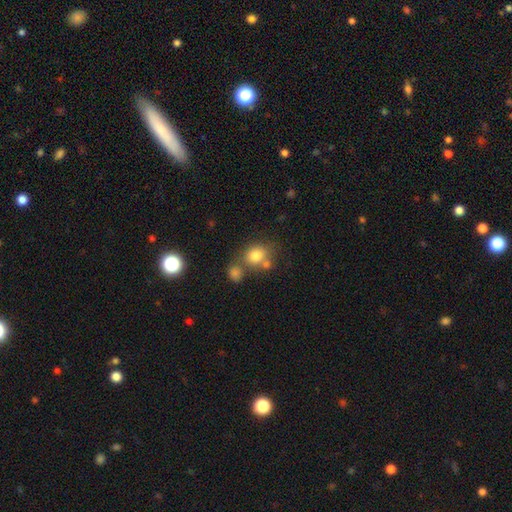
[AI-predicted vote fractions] smooth 78%, star or artifact 11%, featured or disk 11%. Down the decision tree: how rounded — round (69%); merging — none (52%).